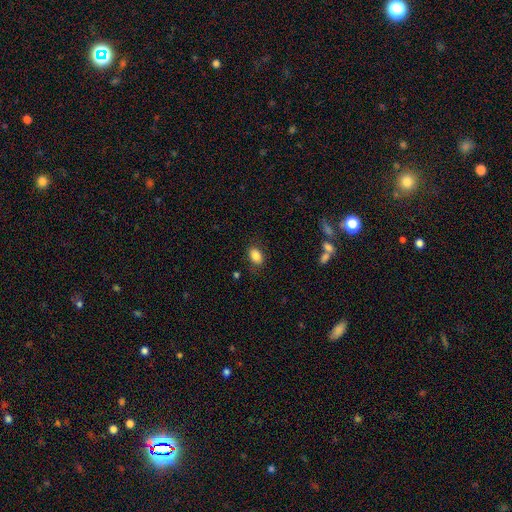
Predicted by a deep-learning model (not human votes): smooth-or-featured: smooth: 86% | star or artifact: 9% | featured or disk: 5%
  how-rounded: in between: 83% | round: 16% | cigar-shaped: 1%
  merging: none: 81% | minor disturbance: 13% | major disturbance: 4% | merger: 2%